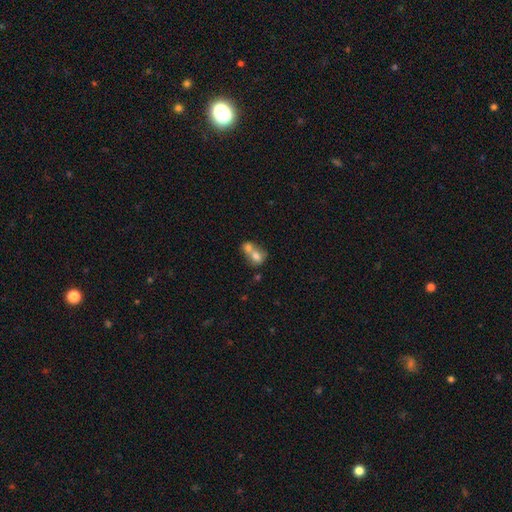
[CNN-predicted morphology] Smooth or featured?
  - smooth: 70% *
  - featured or disk: 21%
  - star or artifact: 9%
How rounded?
  - in between: 57% *
  - round: 42%
  - cigar-shaped: 2%
Merging?
  - merger: 74% *
  - none: 17%
  - minor disturbance: 6%
  - major disturbance: 3%